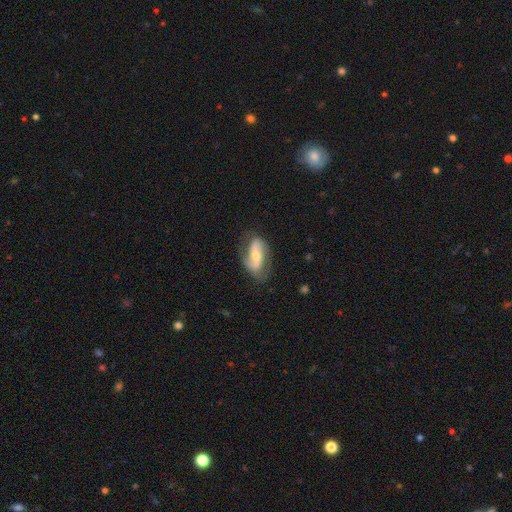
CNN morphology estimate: Smooth or featured?
  - featured or disk: 74% *
  - smooth: 18%
  - star or artifact: 7%
Edge-on disk?
  - no: 94% *
  - yes: 6%
Bar?
  - weak: 37% *
  - no: 35%
  - strong: 28%
Spiral arms?
  - yes: 89% *
  - no: 11%
Spiral winding?
  - medium: 40% *
  - loose: 37%
  - tight: 24%
Spiral arm count?
  - 2: 85% *
  - can't tell: 8%
  - 1: 3%
  - 3: 1%
  - 4: 1%
  - more than 4: 1%
Bulge size?
  - moderate: 53% *
  - small: 40%
  - large: 4%
  - none: 2%
  - dominant: 1%
Merging?
  - none: 73% *
  - minor disturbance: 18%
  - major disturbance: 7%
  - merger: 2%